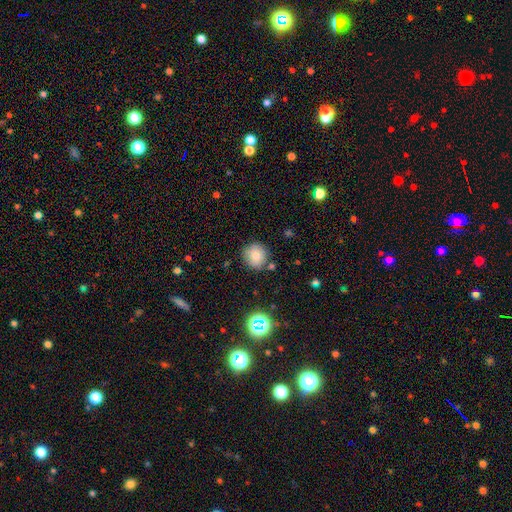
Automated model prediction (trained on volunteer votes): Smooth or featured? smooth (80%)
How rounded? round (91%)
Merging? none (83%)